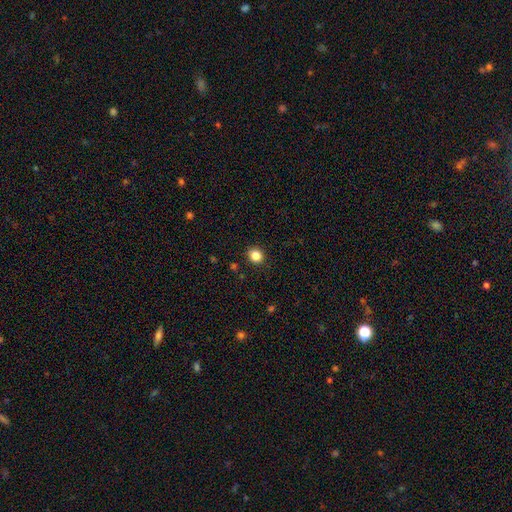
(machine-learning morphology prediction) The model was most divided on "how rounded": round: 83%, in between: 16%, cigar-shaped: 1%. More confident: merging — none (90%); smooth or featured — smooth (85%).